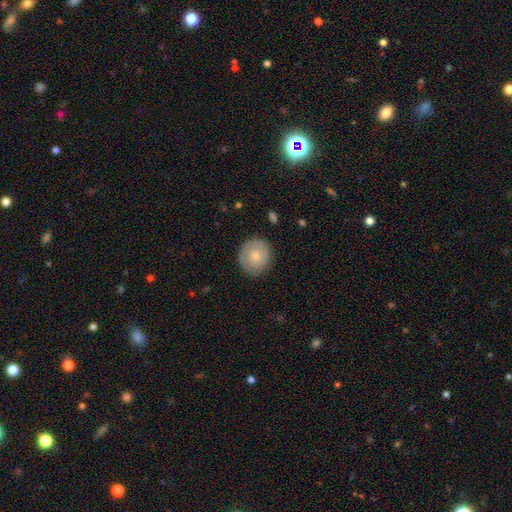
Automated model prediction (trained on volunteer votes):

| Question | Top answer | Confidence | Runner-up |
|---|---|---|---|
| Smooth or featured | smooth | 68% | featured or disk (26%) |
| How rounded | round | 80% | in between (19%) |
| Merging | none | 82% | minor disturbance (13%) |